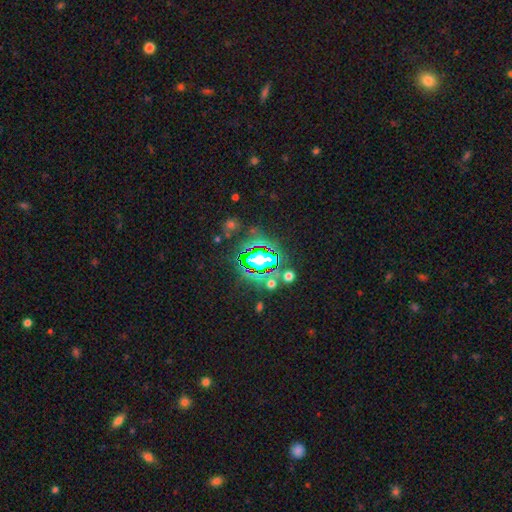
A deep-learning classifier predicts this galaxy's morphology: This appears to be a star or artifact, not a galaxy (63%).